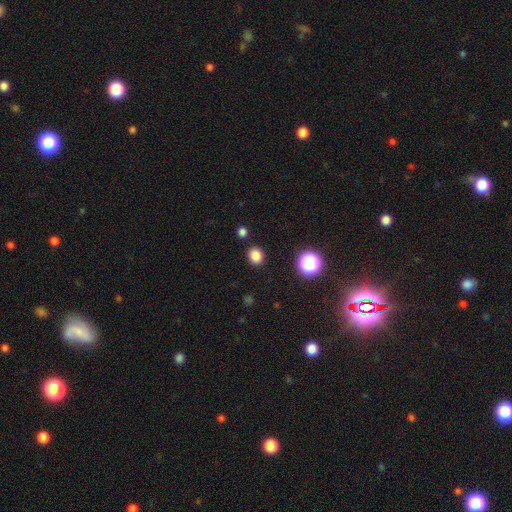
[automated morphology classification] smooth-or-featured: smooth: 83% | star or artifact: 13% | featured or disk: 4%
  how-rounded: round: 64% | in between: 35% | cigar-shaped: 1%
  merging: none: 88% | minor disturbance: 7% | merger: 3% | major disturbance: 2%